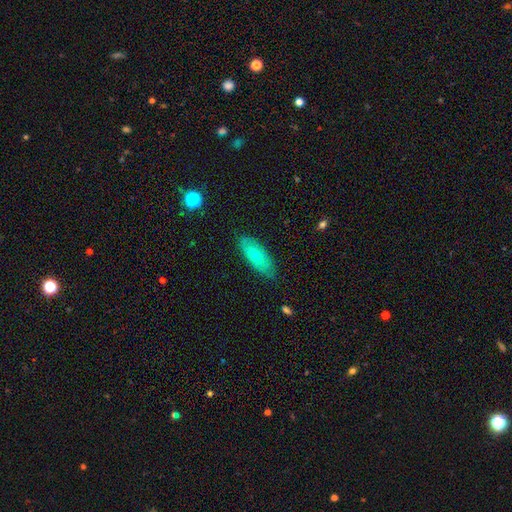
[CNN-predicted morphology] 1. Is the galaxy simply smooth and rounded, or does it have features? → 59% smooth, 35% featured or disk, 6% star or artifact.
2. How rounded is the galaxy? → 78% in between, 20% cigar-shaped, 3% round.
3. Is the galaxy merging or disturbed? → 78% none, 17% minor disturbance, 3% major disturbance, 1% merger.